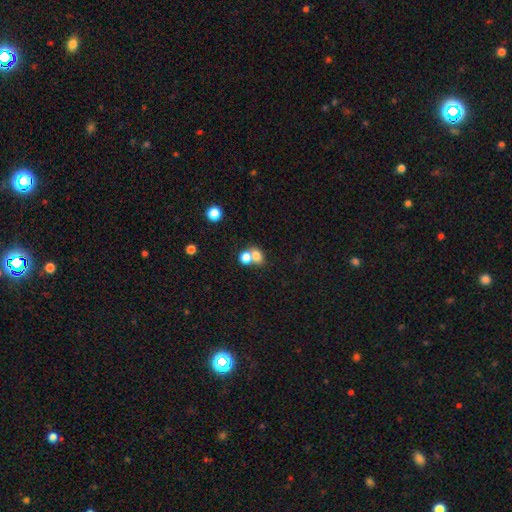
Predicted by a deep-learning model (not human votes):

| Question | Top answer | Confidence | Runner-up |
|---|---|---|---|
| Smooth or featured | smooth | 76% | featured or disk (12%) |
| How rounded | round | 52% | in between (46%) |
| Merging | merger | 59% | none (31%) |